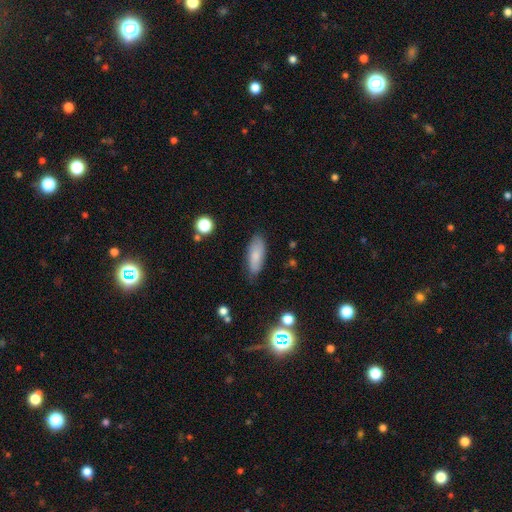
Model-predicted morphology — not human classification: The model was most divided on "how rounded": in between: 72%, cigar-shaped: 26%, round: 2%. More confident: merging — none (78%); smooth or featured — smooth (75%).